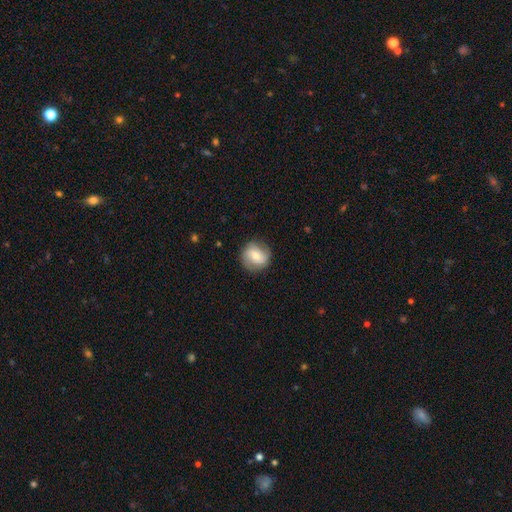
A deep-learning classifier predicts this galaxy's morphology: Smooth or featured? Predicted: smooth (p=0.48). Merging? Predicted: none (p=0.82).